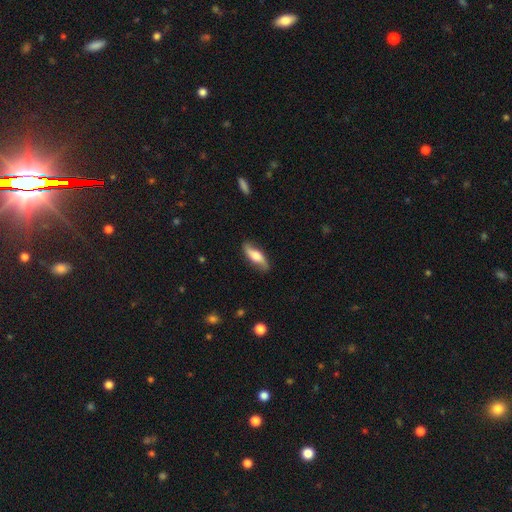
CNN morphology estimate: Smooth or featured? featured or disk (57%)
Edge-on disk? no (66%)
Merging? none (81%)